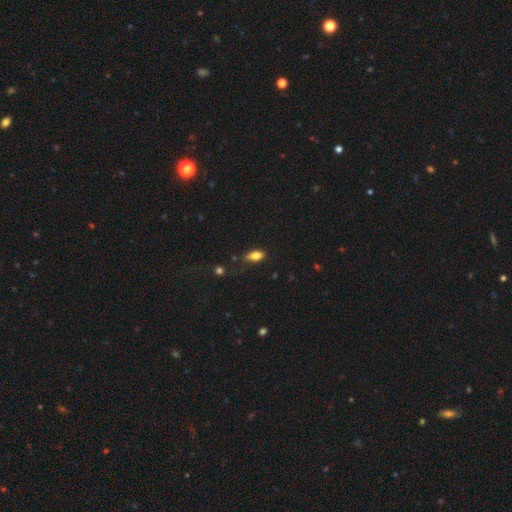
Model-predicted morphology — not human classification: Smooth or featured?
  - smooth: 78% *
  - featured or disk: 13%
  - star or artifact: 9%
How rounded?
  - in between: 84% *
  - cigar-shaped: 10%
  - round: 6%
Merging?
  - none: 63% *
  - minor disturbance: 26%
  - major disturbance: 8%
  - merger: 3%